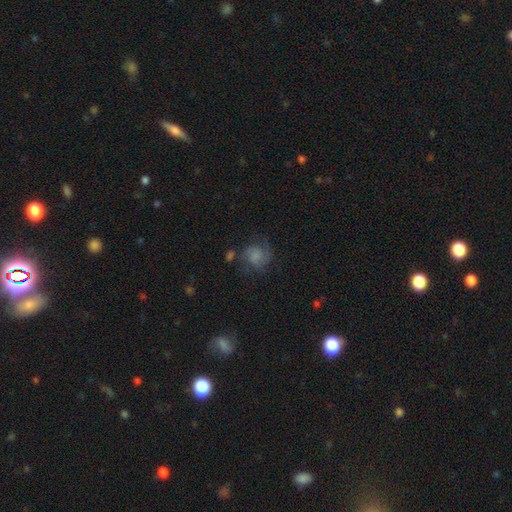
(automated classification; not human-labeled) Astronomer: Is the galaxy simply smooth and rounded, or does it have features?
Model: smooth — 50% (runner-up: featured or disk, 39%).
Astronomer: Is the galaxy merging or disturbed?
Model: none — 51%.